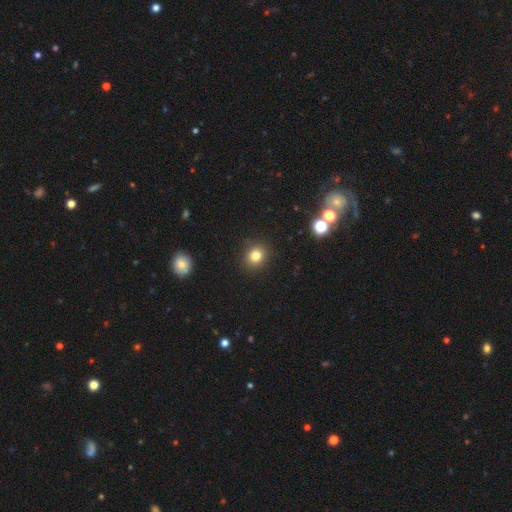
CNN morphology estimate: Smooth or featured?
  - smooth: 81% *
  - star or artifact: 12%
  - featured or disk: 6%
How rounded?
  - round: 76% *
  - in between: 24%
  - cigar-shaped: 1%
Merging?
  - none: 90% *
  - minor disturbance: 7%
  - major disturbance: 2%
  - merger: 1%